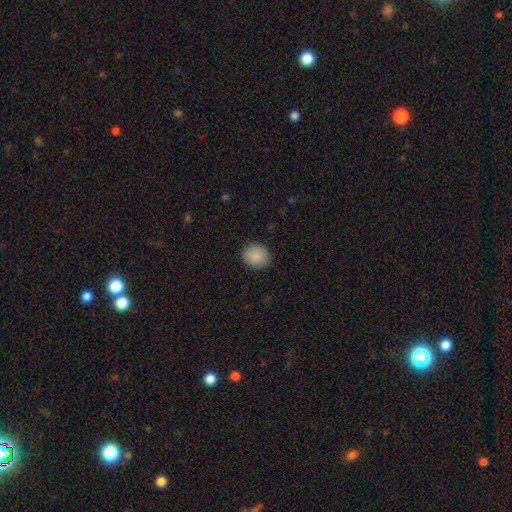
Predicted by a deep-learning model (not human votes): Smooth or featured? Predicted: smooth (p=0.87). How rounded? Predicted: round (p=0.91). Merging? Predicted: none (p=0.90).